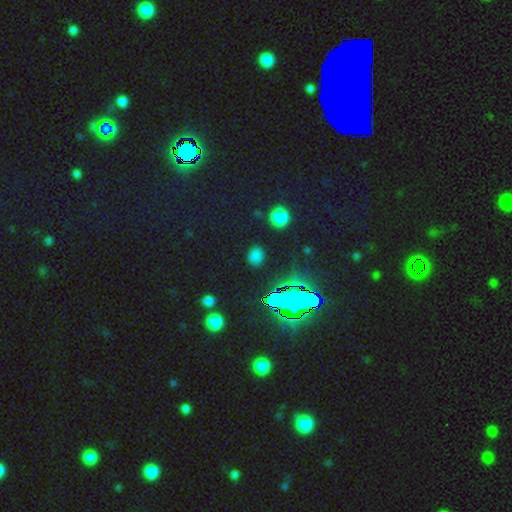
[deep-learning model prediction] Smooth or featured: smooth — 55% (star or artifact — 38%)
How rounded: round — 66% (in between — 32%)
Merging: none — 83% (minor disturbance — 10%)